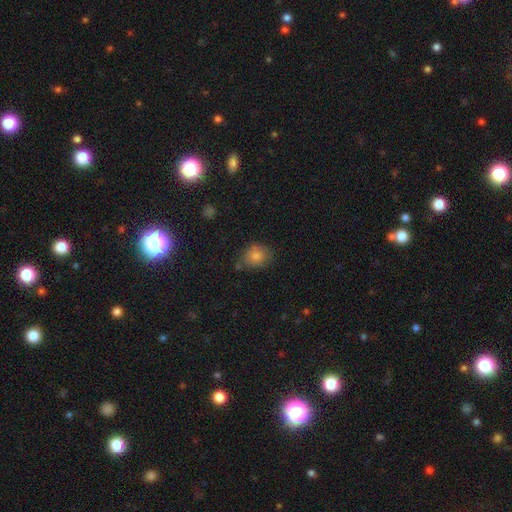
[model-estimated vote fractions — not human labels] Morphology: type=smooth (78%); roundness=round (65%); merging=none (73%).